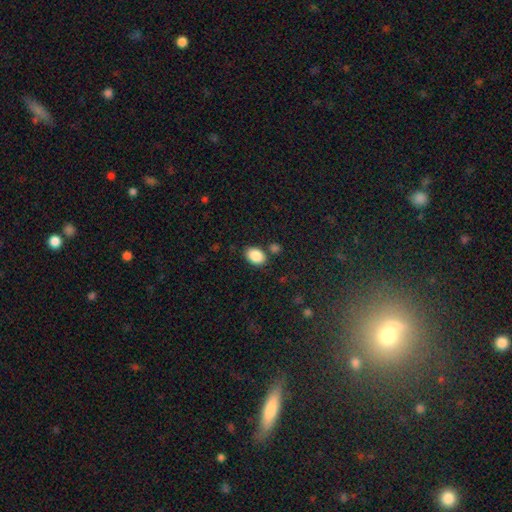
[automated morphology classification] This is clearly a smooth galaxy (88%). How rounded: clearly in between (80%). Merging: likely none (79%).